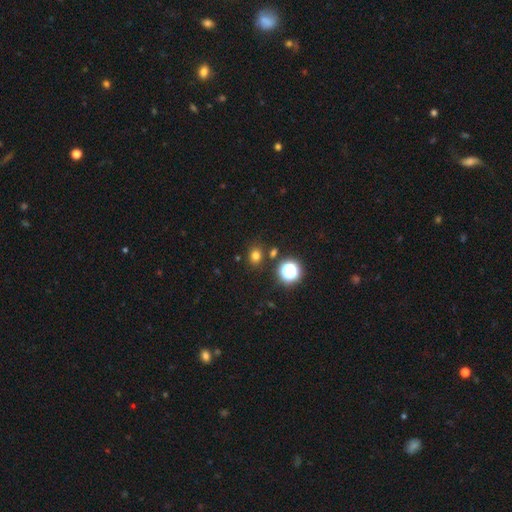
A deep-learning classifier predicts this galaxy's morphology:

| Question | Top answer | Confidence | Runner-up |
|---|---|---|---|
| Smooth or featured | smooth | 73% | star or artifact (20%) |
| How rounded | round | 69% | in between (30%) |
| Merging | none | 83% | minor disturbance (9%) |